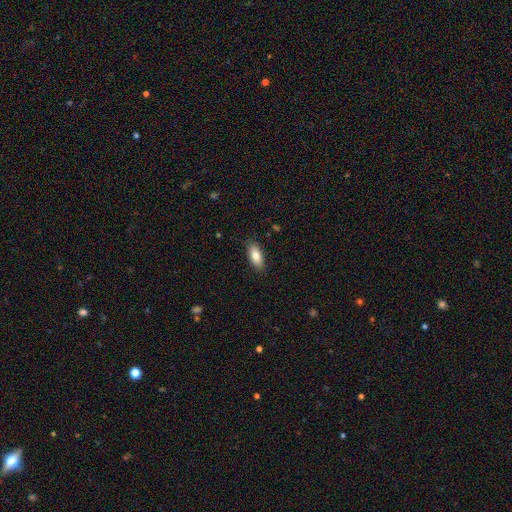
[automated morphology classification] smooth_or_featured: smooth (p=0.85) [alt: featured or disk p=0.09]
how_rounded: in between (p=0.86) [alt: cigar-shaped p=0.12]
merging: none (p=0.87) [alt: minor disturbance p=0.09]